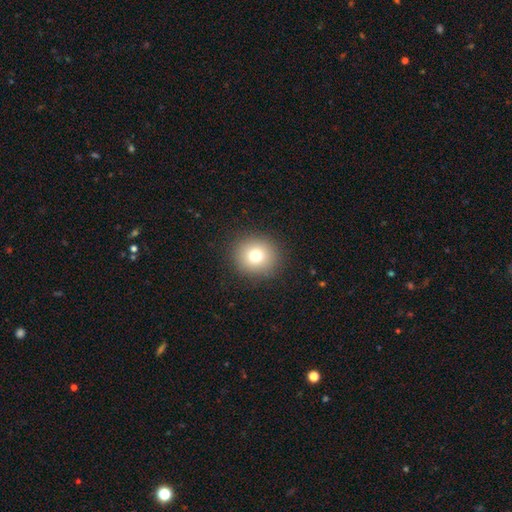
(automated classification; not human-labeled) This appears to be a smooth galaxy with no disk features (77%) that is round (89%). Merging: none (90%).